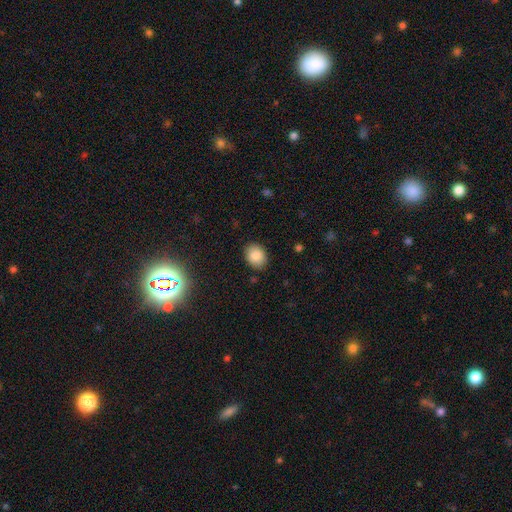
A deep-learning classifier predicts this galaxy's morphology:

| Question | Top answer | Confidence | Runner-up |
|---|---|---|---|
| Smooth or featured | smooth | 86% | star or artifact (9%) |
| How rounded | in between | 58% | round (41%) |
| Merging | none | 87% | minor disturbance (10%) |